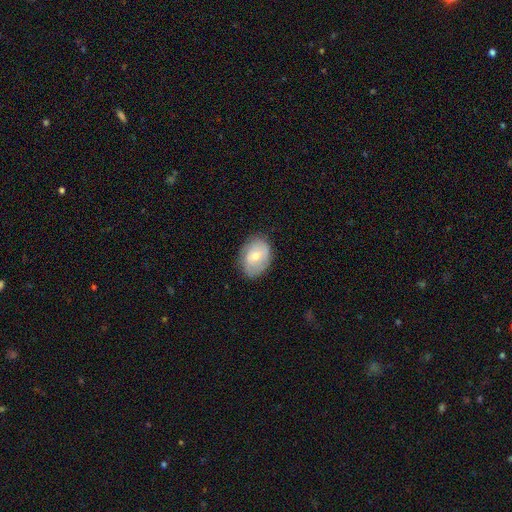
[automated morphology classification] This appears to be a smooth galaxy with no disk features (57%) that is in between round and cigar-shaped (71%). Merging: none (76%).